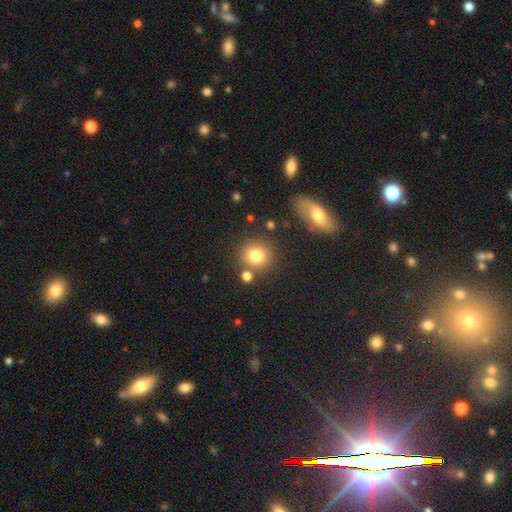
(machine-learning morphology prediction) Overall: smooth (79%). How rounded: round (86%). Merging: none (76%).